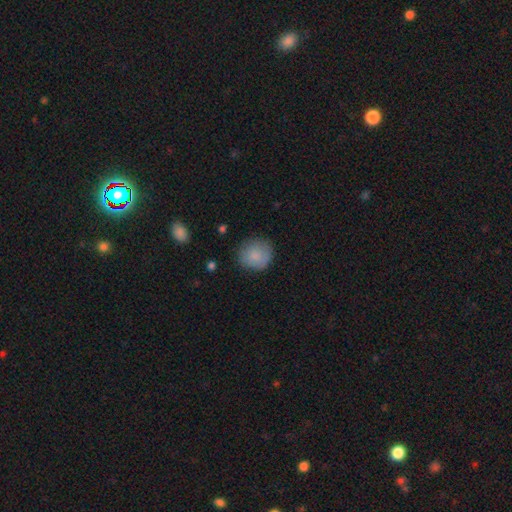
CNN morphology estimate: A smooth galaxy with no disk features (84%) that is round (88%). Merging: none (79%).